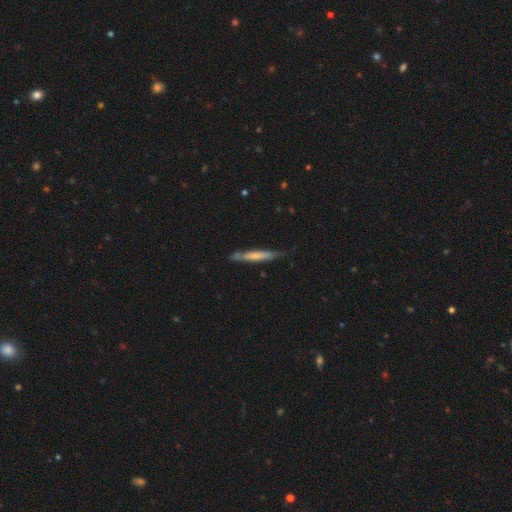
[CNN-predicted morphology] A smooth galaxy with no disk features (52%) that is cigar-shaped (94%).

Vote fractions:
- Smooth or featured? smooth: 52% / featured or disk: 43% / star or artifact: 5%
- How rounded? cigar-shaped: 94% / in between: 5% / round: 1%
- Merging? none: 76% / minor disturbance: 18% / major disturbance: 3% / merger: 2%